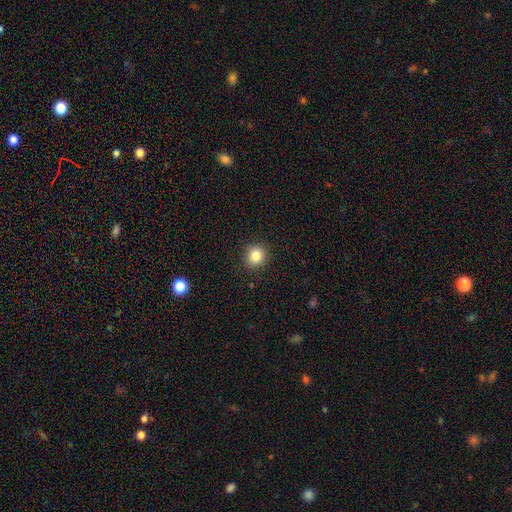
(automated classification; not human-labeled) Smooth or featured: smooth — 84% (star or artifact — 11%)
How rounded: round — 90% (in between — 9%)
Merging: none — 91% (minor disturbance — 6%)